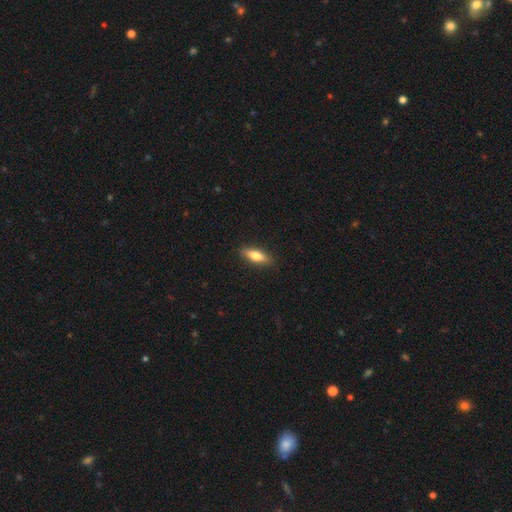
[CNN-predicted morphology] Q: Smooth or featured?
A: smooth (73%); runner-up: featured or disk (21%)
Q: How rounded?
A: in between (54%); runner-up: cigar-shaped (44%)
Q: Merging?
A: none (88%); runner-up: minor disturbance (9%)